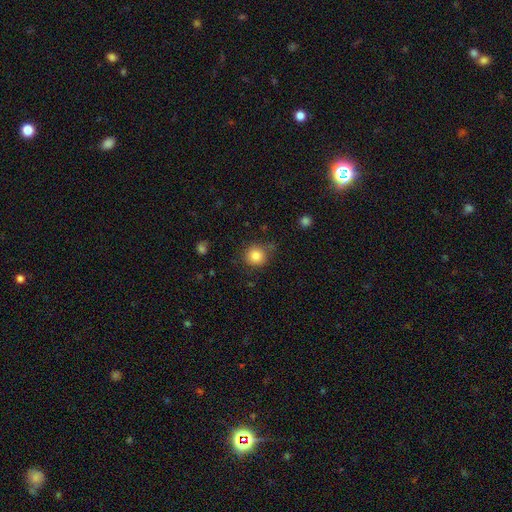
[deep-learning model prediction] Q: Smooth or featured?
A: smooth (83%); runner-up: star or artifact (11%)
Q: How rounded?
A: round (91%); runner-up: in between (9%)
Q: Merging?
A: none (78%); runner-up: minor disturbance (14%)